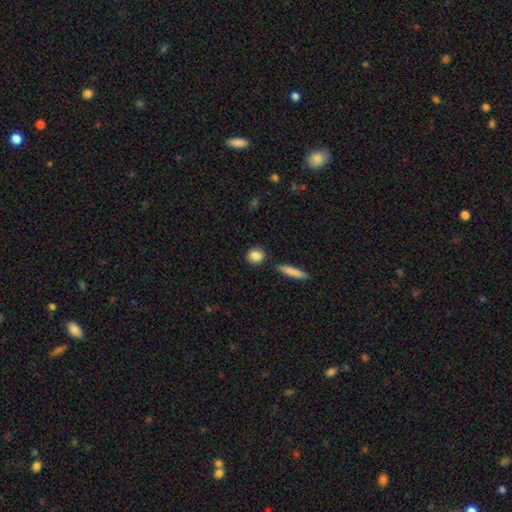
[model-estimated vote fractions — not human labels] A smooth galaxy with no disk features (87%) that is round (70%). Merging: none (85%).